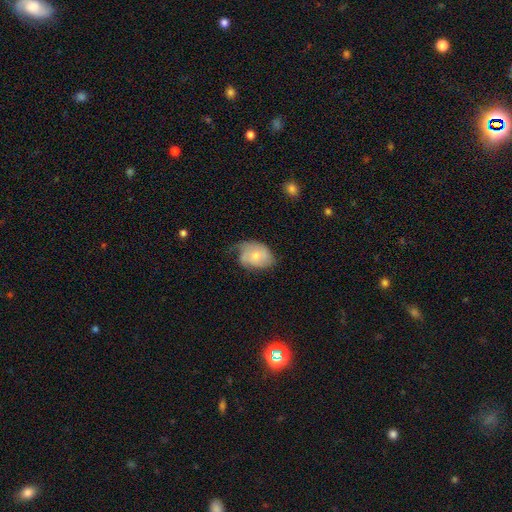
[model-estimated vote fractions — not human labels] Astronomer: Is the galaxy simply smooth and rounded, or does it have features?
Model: smooth — 49% (runner-up: featured or disk, 44%).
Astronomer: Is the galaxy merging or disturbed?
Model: none — 42% (runner-up: minor disturbance, 37%).